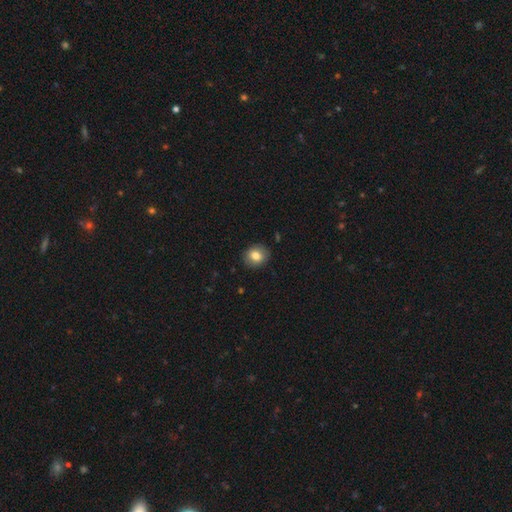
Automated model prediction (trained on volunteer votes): A smooth galaxy with no disk features (81%) that is round (70%).

Vote fractions:
- Smooth or featured? smooth: 81% / featured or disk: 10% / star or artifact: 9%
- How rounded? round: 70% / in between: 29% / cigar-shaped: 1%
- Merging? none: 88% / minor disturbance: 9% / major disturbance: 2% / merger: 1%